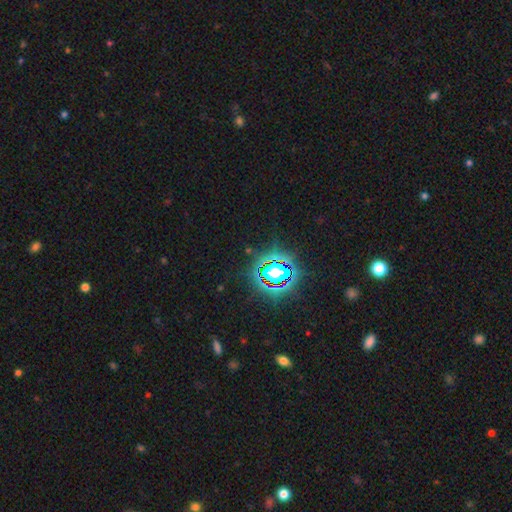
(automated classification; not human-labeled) smooth_or_featured: star or artifact (p=0.80) [alt: smooth p=0.12]